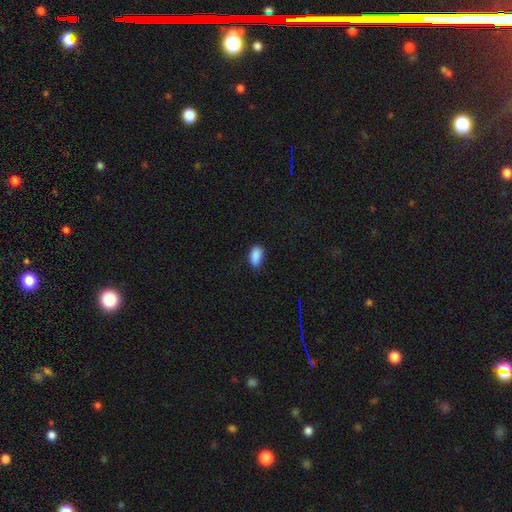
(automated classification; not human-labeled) Q: Smooth or featured?
A: smooth (89%); runner-up: star or artifact (8%)
Q: How rounded?
A: in between (92%); runner-up: round (5%)
Q: Merging?
A: none (76%); runner-up: minor disturbance (19%)